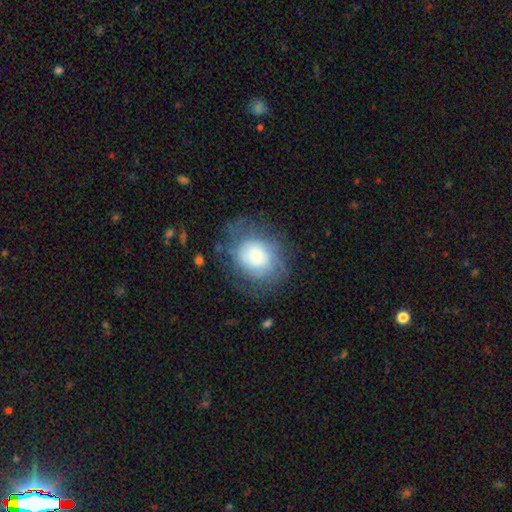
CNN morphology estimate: Overall: smooth (51%; featured or disk 40%). How rounded: round (62%; in between 38%). Merging: none (62%).